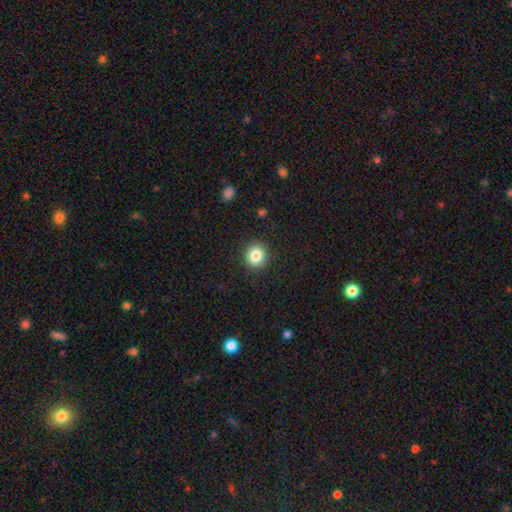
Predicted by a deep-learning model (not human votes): smooth 84%, star or artifact 10%, featured or disk 6%. Down the decision tree: how rounded — round (84%); merging — none (91%).